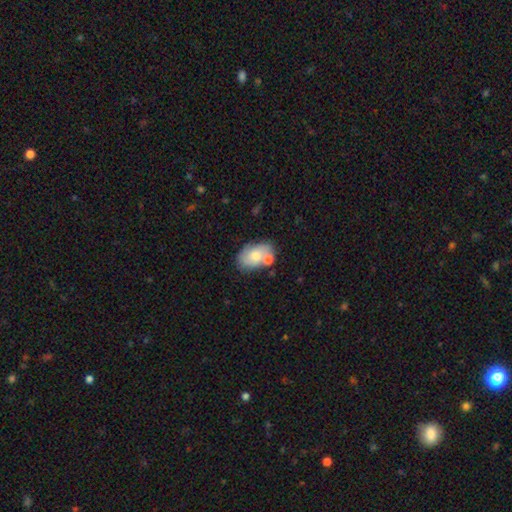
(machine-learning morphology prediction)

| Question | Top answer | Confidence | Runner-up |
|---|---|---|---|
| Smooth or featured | smooth | 62% | featured or disk (31%) |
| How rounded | in between | 86% | round (12%) |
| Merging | none | 52% | merger (22%) |